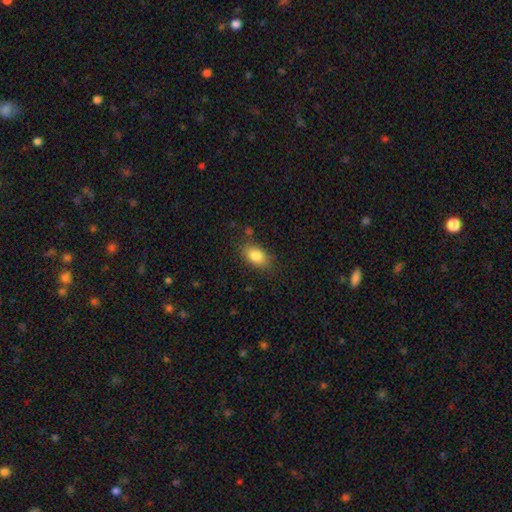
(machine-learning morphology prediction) A smooth galaxy with no disk features (84%) that is in between round and cigar-shaped (88%).

Vote fractions:
- Smooth or featured? smooth: 84% / star or artifact: 8% / featured or disk: 8%
- How rounded? in between: 88% / round: 9% / cigar-shaped: 3%
- Merging? none: 79% / minor disturbance: 15% / major disturbance: 4% / merger: 3%